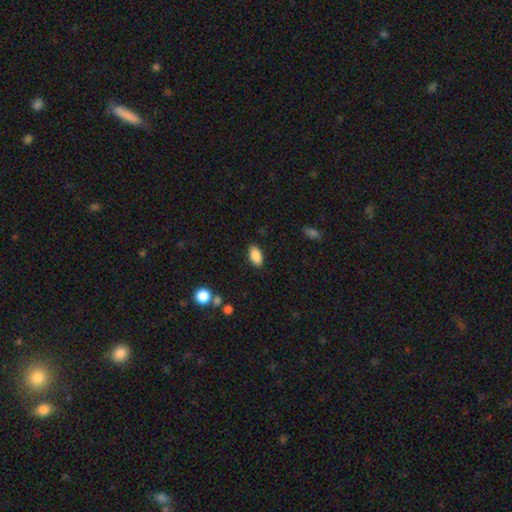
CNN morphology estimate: A smooth galaxy with no disk features (87%) that is in between round and cigar-shaped (92%).

Vote fractions:
- Smooth or featured? smooth: 87% / star or artifact: 8% / featured or disk: 5%
- How rounded? in between: 92% / round: 5% / cigar-shaped: 4%
- Merging? none: 86% / minor disturbance: 10% / major disturbance: 3% / merger: 1%